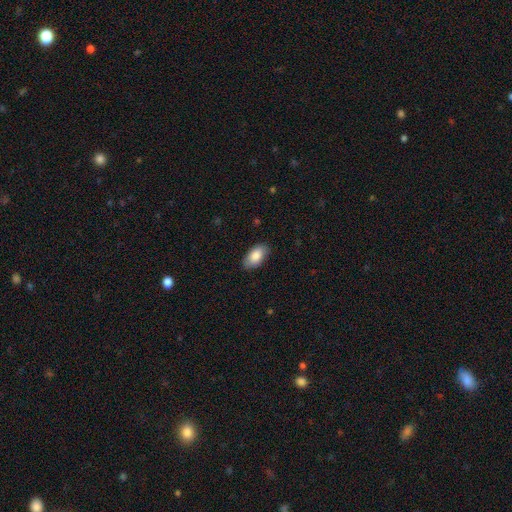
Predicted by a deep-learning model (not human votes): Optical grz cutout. It shows a smooth galaxy with no disk features (85%) that is in between round and cigar-shaped (94%). Merging: none (85%).